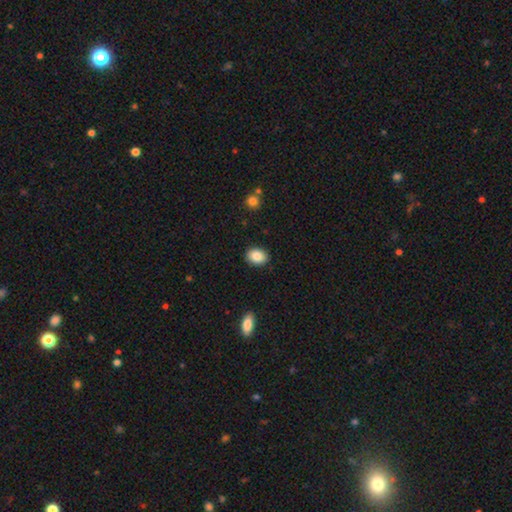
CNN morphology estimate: A smooth galaxy with no disk features (87%) that is in between round and cigar-shaped (65%). Merging: none (89%).